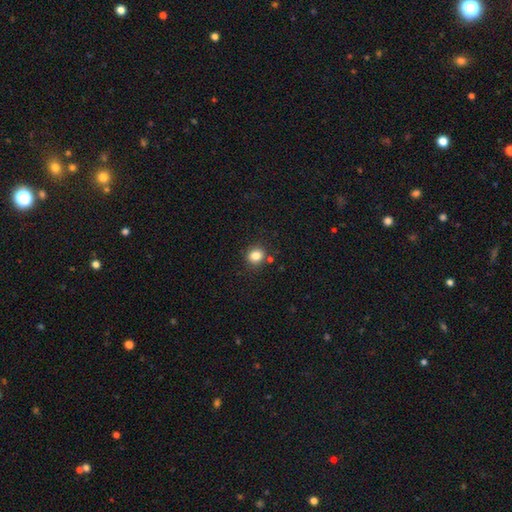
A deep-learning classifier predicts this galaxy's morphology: Smooth or featured?
  - smooth: 83% *
  - star or artifact: 11%
  - featured or disk: 6%
How rounded?
  - round: 79% *
  - in between: 20%
  - cigar-shaped: 1%
Merging?
  - none: 82% *
  - minor disturbance: 10%
  - merger: 5%
  - major disturbance: 3%